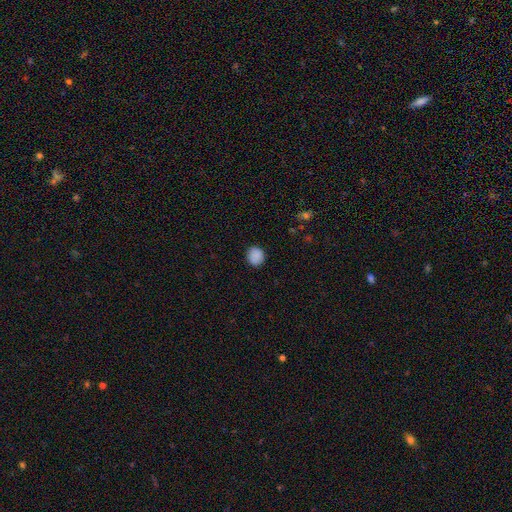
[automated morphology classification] The model was most divided on "how rounded": round: 77%, in between: 22%, cigar-shaped: 1%. More confident: smooth or featured — smooth (88%); merging — none (88%).